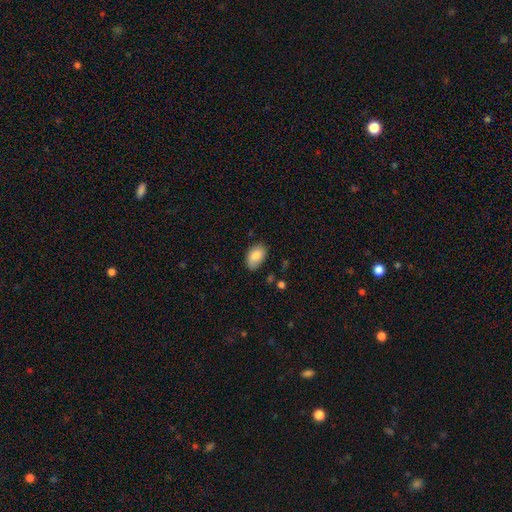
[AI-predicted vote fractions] This appears to be a smooth galaxy with no disk features (82%) that is in between round and cigar-shaped (90%). Merging: none (72%).